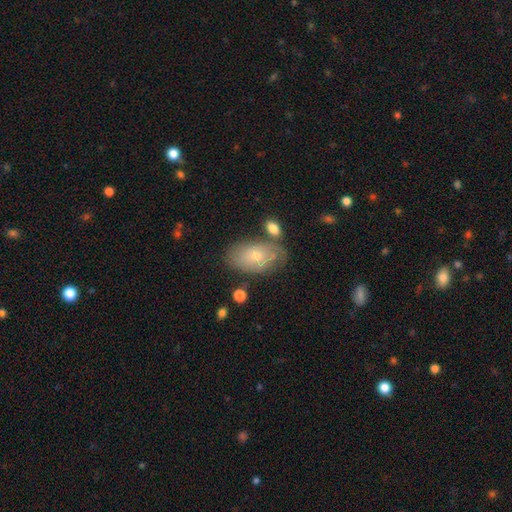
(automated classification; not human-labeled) Smooth or featured? Predicted: smooth (p=0.55). How rounded? Predicted: in between (p=0.90). Merging? Predicted: none (p=0.63).